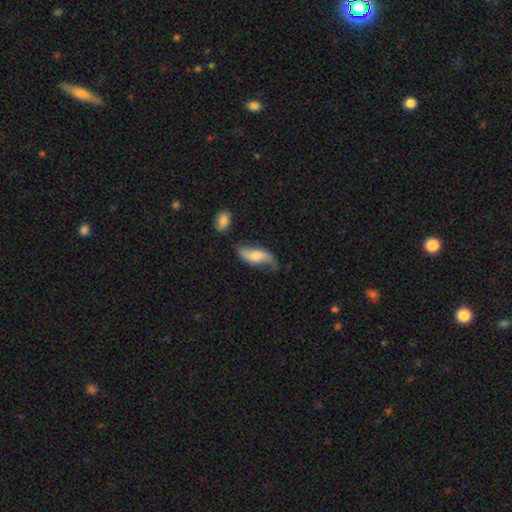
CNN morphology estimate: A featured or disk galaxy (49%). Merging: none (50%).